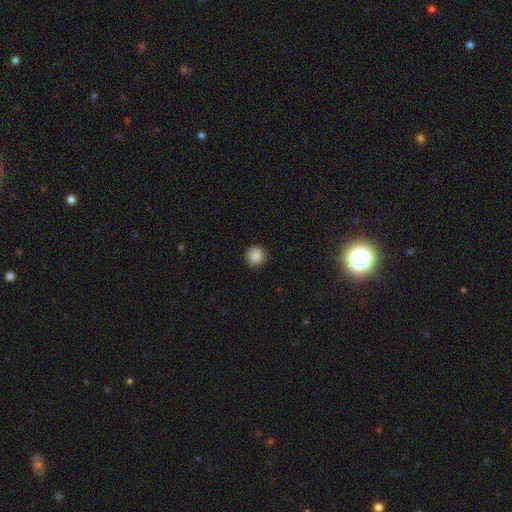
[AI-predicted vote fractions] Smooth or featured: smooth — 88% (star or artifact — 9%)
How rounded: round — 95% (in between — 4%)
Merging: none — 92% (minor disturbance — 5%)